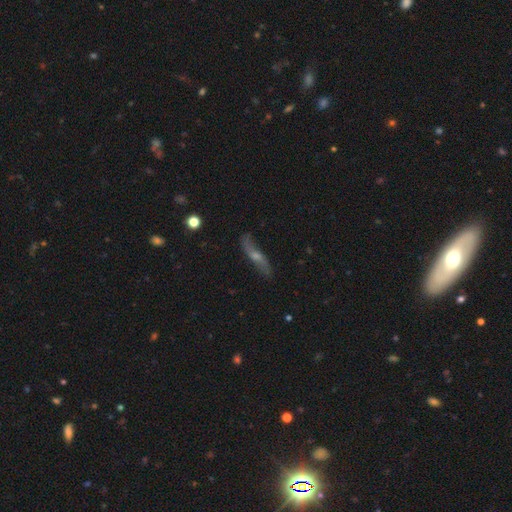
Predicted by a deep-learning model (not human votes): Morphology: type=featured or disk (73%); edge-on=no (59%); merging=none (80%).